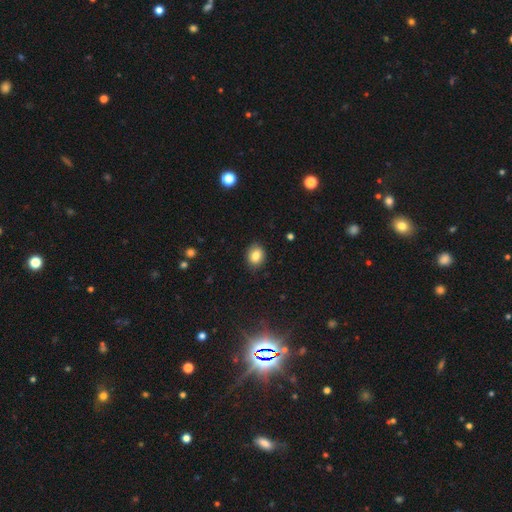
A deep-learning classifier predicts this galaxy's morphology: This is clearly a smooth galaxy (82%). How rounded: possibly round (50%). Merging: clearly none (85%).